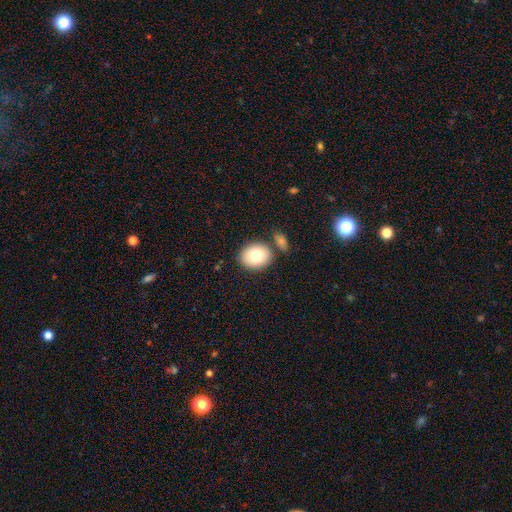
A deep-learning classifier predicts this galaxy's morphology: smooth 79%, featured or disk 13%, star or artifact 8%. Down the decision tree: how rounded — round (59%); merging — none (75%).